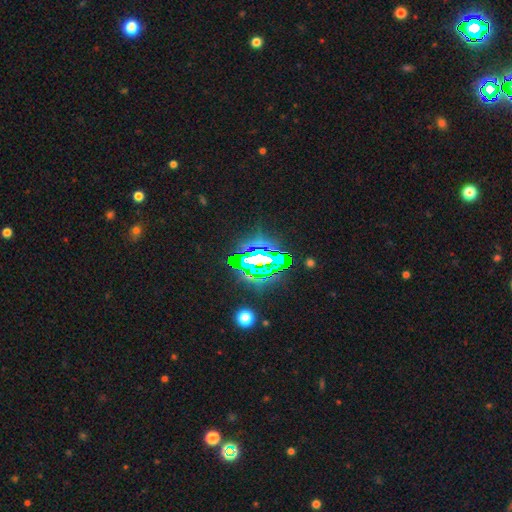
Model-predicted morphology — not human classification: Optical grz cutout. It shows a star or artifact, not a galaxy (68%).